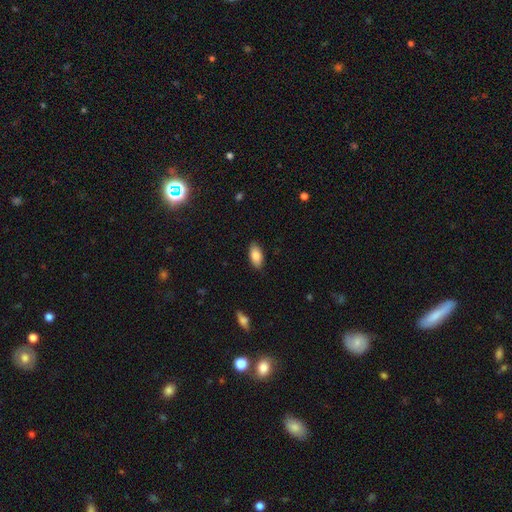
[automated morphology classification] Smooth or featured: smooth — 83% (featured or disk — 10%)
How rounded: in between — 91% (cigar-shaped — 6%)
Merging: none — 88% (minor disturbance — 9%)